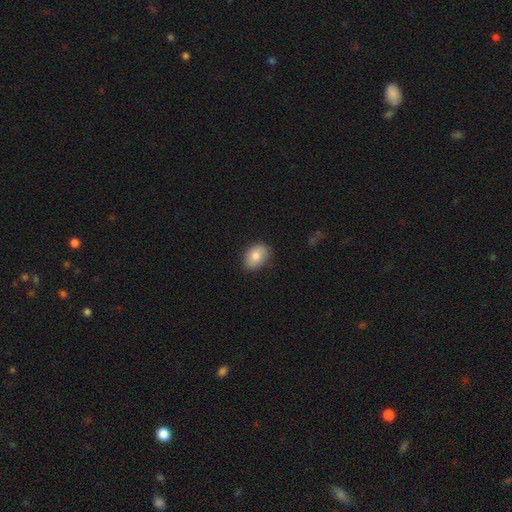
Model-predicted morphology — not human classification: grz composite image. It shows a smooth galaxy with no disk features (80%) that is in between round and cigar-shaped (77%). Merging: none (84%).